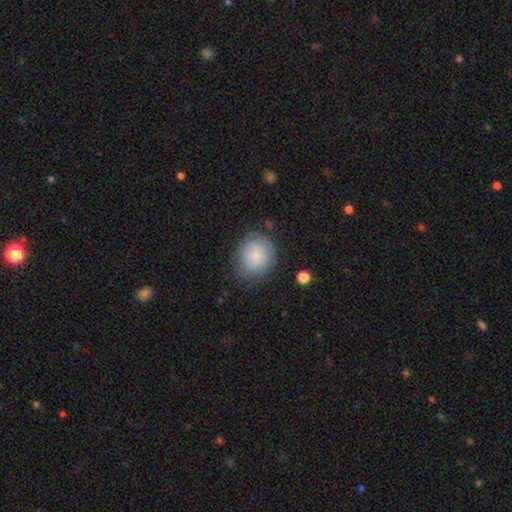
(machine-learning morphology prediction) smooth_or_featured: smooth (p=0.81) [alt: featured or disk p=0.12]
how_rounded: round (p=0.75) [alt: in between p=0.24]
merging: none (p=0.72) [alt: minor disturbance p=0.19]